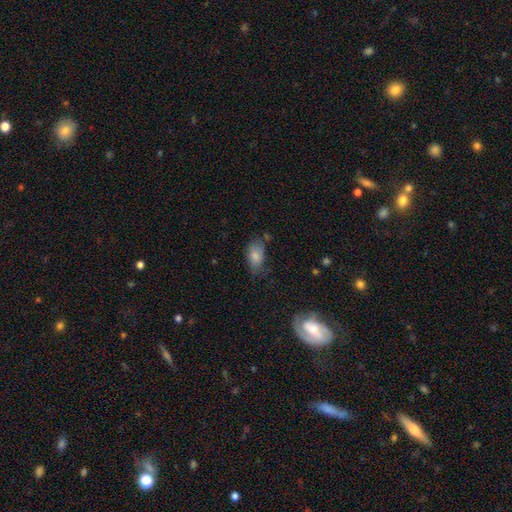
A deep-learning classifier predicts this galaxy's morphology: This is clearly a smooth galaxy (80%). How rounded: clearly in between (91%). Merging: possibly none (54%).